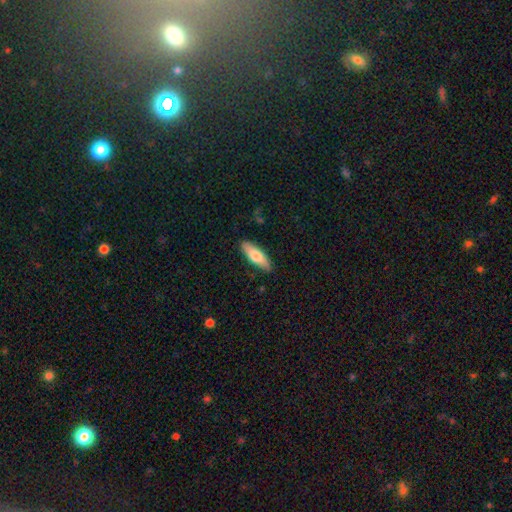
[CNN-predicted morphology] A smooth galaxy with no disk features (73%) that is in between round and cigar-shaped (55%). Merging: none (86%).